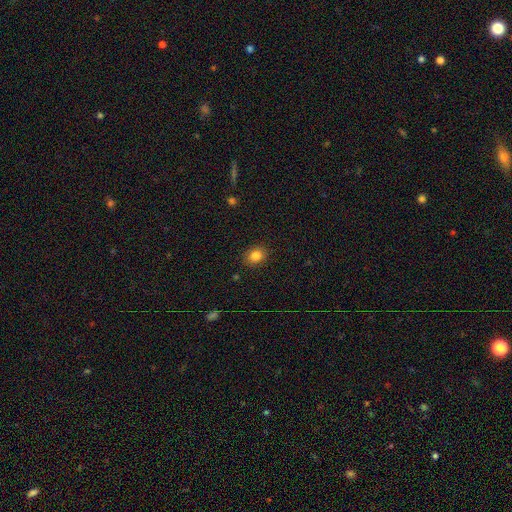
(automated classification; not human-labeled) A smooth galaxy with no disk features (84%) that is round (54%). Merging: none (89%).